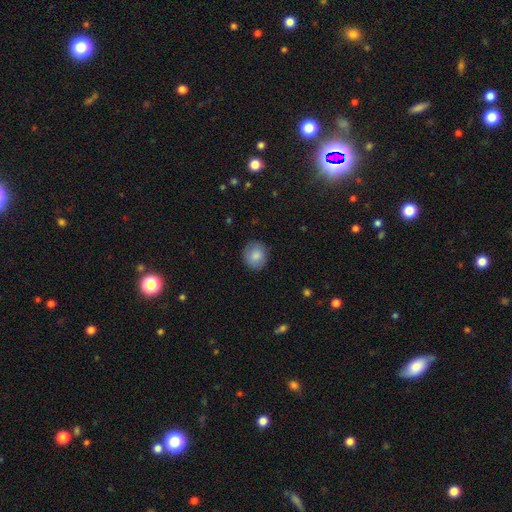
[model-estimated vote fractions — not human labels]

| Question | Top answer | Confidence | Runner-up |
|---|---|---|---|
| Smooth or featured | smooth | 84% | featured or disk (8%) |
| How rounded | round | 81% | in between (18%) |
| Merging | none | 86% | minor disturbance (10%) |